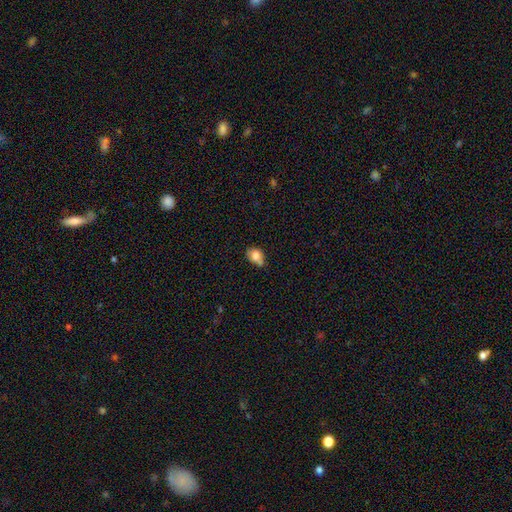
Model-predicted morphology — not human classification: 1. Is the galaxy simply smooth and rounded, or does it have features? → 77% smooth, 14% featured or disk, 10% star or artifact.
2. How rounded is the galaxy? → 61% in between, 38% round, 1% cigar-shaped.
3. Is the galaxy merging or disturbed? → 48% none, 28% minor disturbance, 18% merger, 6% major disturbance.